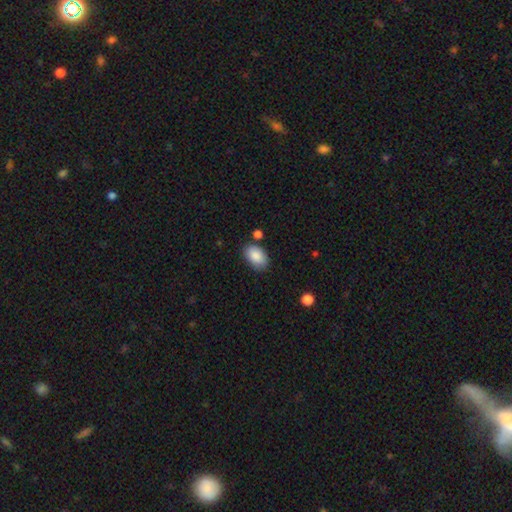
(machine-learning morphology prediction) Q: Smooth or featured?
A: smooth (88%); runner-up: star or artifact (7%)
Q: How rounded?
A: in between (90%); runner-up: round (9%)
Q: Merging?
A: none (77%); runner-up: minor disturbance (14%)